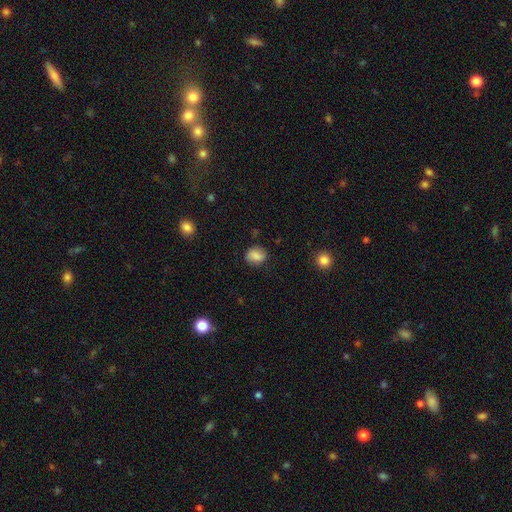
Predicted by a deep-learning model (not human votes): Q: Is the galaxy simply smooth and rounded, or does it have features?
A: smooth — 77%.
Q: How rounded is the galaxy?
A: round — 53%.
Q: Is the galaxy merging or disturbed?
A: none — 76%.